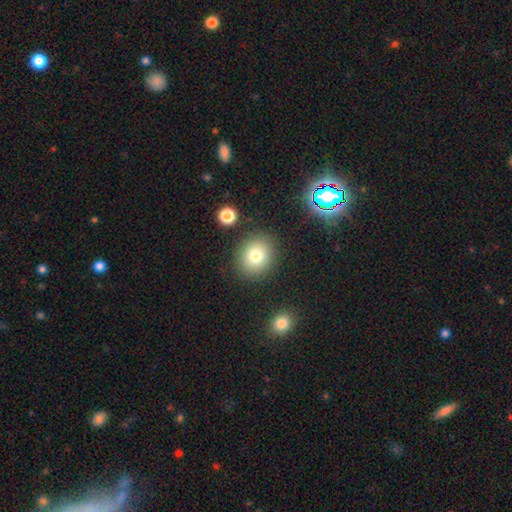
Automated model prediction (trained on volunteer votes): This appears to be a smooth galaxy with no disk features (79%) that is round (71%). Merging: none (85%).